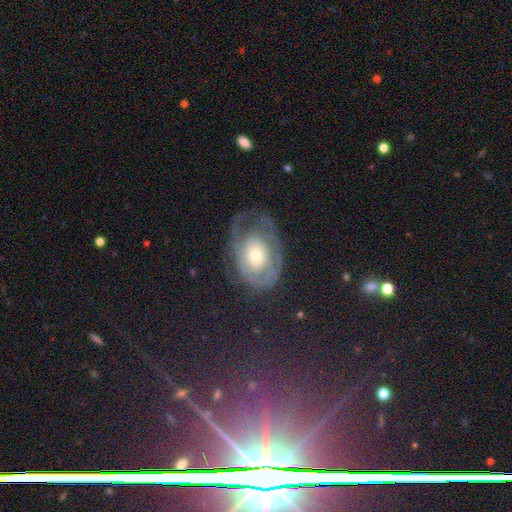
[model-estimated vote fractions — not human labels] Overall: featured or disk (67%). Edge-on disk: no (95%). Bar: no (82%). Spiral arms: yes (73%). Bulge size: moderate (59%; small 28%). Merging: none (48%; minor disturbance 25%).